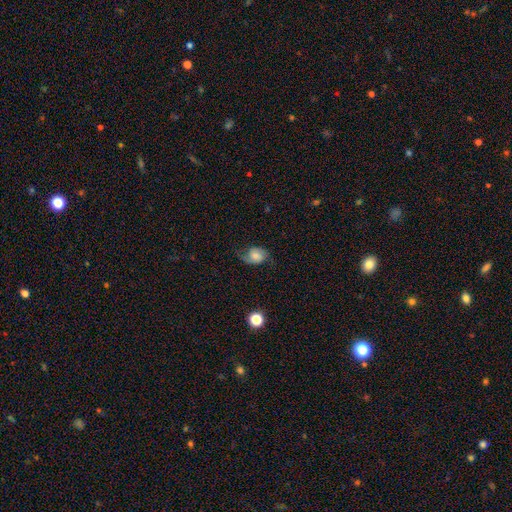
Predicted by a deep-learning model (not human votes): The model was most divided on "smooth or featured": featured or disk: 51%, smooth: 39%, star or artifact: 10%. More confident: edge-on disk — no (96%); merging — none (58%).